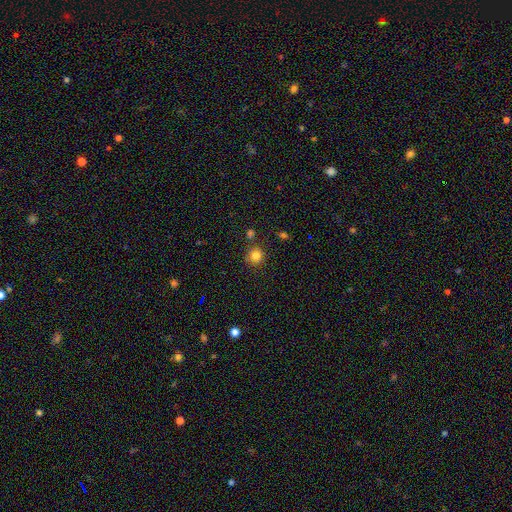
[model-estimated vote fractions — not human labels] A smooth galaxy with no disk features (83%) that is round (92%).

Vote fractions:
- Smooth or featured? smooth: 83% / star or artifact: 12% / featured or disk: 5%
- How rounded? round: 92% / in between: 7% / cigar-shaped: 1%
- Merging? none: 82% / minor disturbance: 9% / merger: 6% / major disturbance: 3%